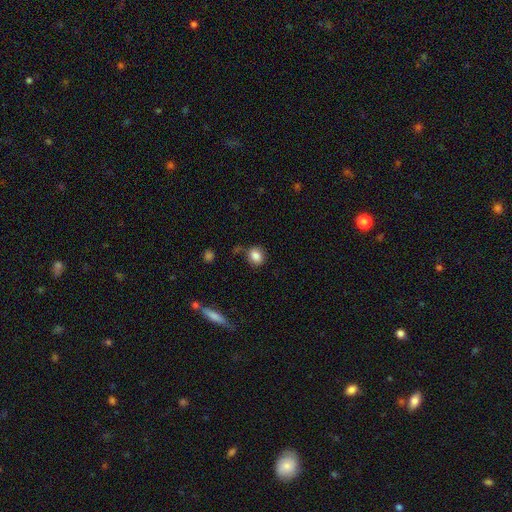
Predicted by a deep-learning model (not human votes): smooth-or-featured: smooth: 84% | star or artifact: 10% | featured or disk: 6%
  how-rounded: round: 59% | in between: 40% | cigar-shaped: 1%
  merging: none: 72% | minor disturbance: 17% | merger: 6% | major disturbance: 5%